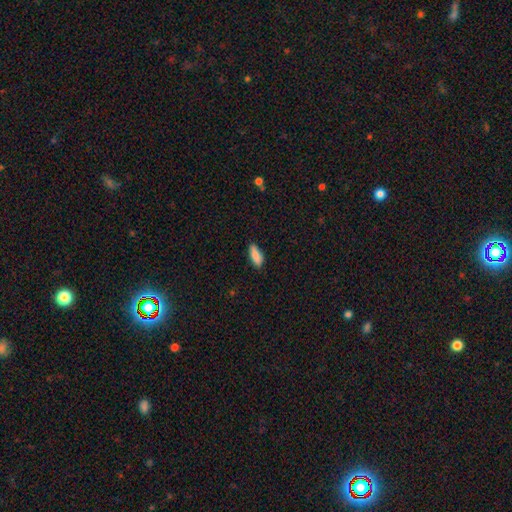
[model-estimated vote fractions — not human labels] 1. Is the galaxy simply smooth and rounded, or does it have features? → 85% smooth, 8% featured or disk, 6% star or artifact.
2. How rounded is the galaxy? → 71% in between, 27% cigar-shaped, 2% round.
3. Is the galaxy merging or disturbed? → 86% none, 11% minor disturbance, 2% major disturbance, 1% merger.